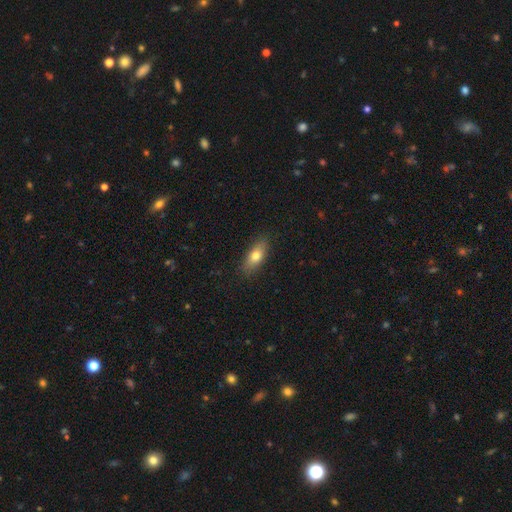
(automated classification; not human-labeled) Smooth or featured?
  - smooth: 74% *
  - featured or disk: 19%
  - star or artifact: 7%
How rounded?
  - in between: 75% *
  - cigar-shaped: 20%
  - round: 4%
Merging?
  - none: 86% *
  - minor disturbance: 11%
  - major disturbance: 2%
  - merger: 1%